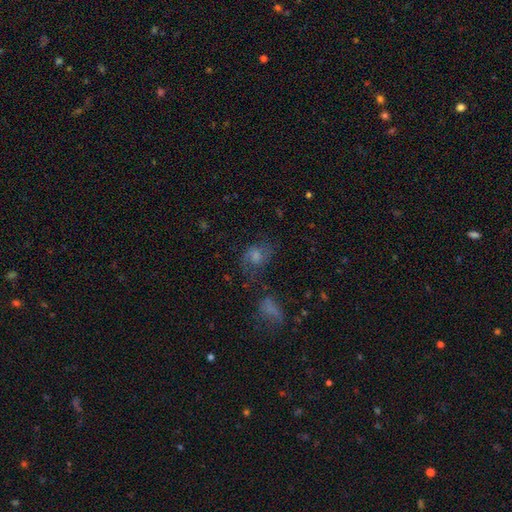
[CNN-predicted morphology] The model was most divided on "smooth or featured": smooth: 45%, featured or disk: 37%, star or artifact: 18%. Remaining: merging — none (49%).